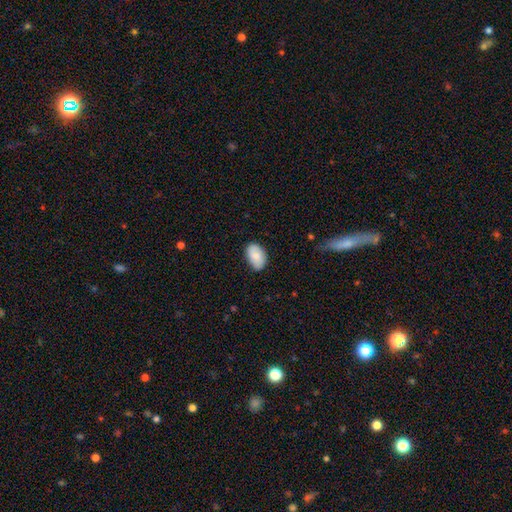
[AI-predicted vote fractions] Overall: smooth (82%). How rounded: in between (90%). Merging: none (77%).